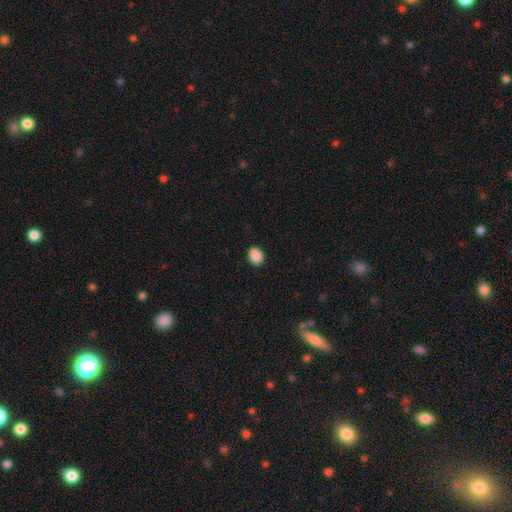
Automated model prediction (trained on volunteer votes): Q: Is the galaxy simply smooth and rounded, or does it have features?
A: smooth — 89%.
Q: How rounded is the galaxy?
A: in between — 61%.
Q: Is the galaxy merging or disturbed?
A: none — 87%.